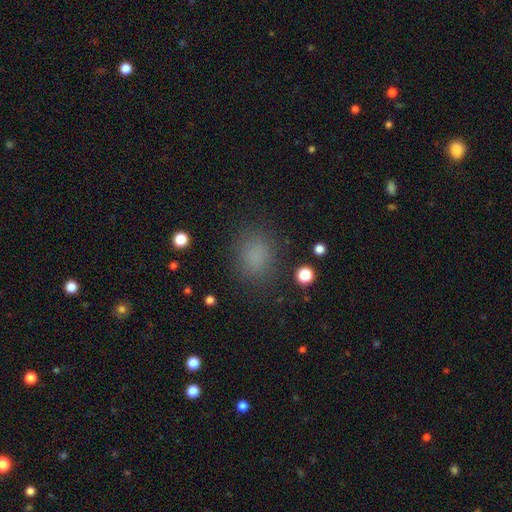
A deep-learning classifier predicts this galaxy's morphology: Q: Smooth or featured?
A: smooth (80%); runner-up: star or artifact (15%)
Q: How rounded?
A: round (53%); runner-up: in between (45%)
Q: Merging?
A: none (84%); runner-up: minor disturbance (10%)